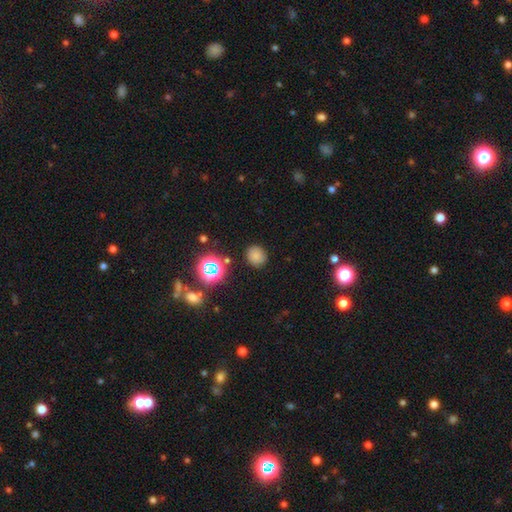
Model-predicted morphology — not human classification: Q: Smooth or featured?
A: smooth (75%); runner-up: star or artifact (19%)
Q: How rounded?
A: round (80%); runner-up: in between (19%)
Q: Merging?
A: none (85%); runner-up: minor disturbance (9%)